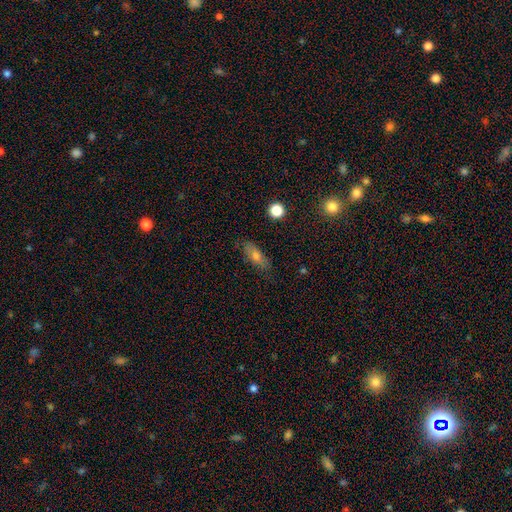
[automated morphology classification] A smooth galaxy with no disk features (63%) that is in between round and cigar-shaped (63%). Merging: none (81%).